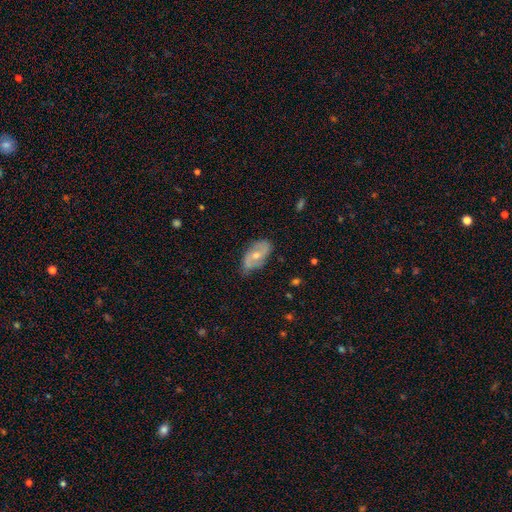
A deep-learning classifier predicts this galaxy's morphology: This is likely a featured or disk galaxy (62%). It is clearly not viewed edge-on (94%). Bar: possibly no (55%). Spiral arm pattern: clearly yes (81%). Central bulge: possibly moderate (56%). Merging: likely none (68%).